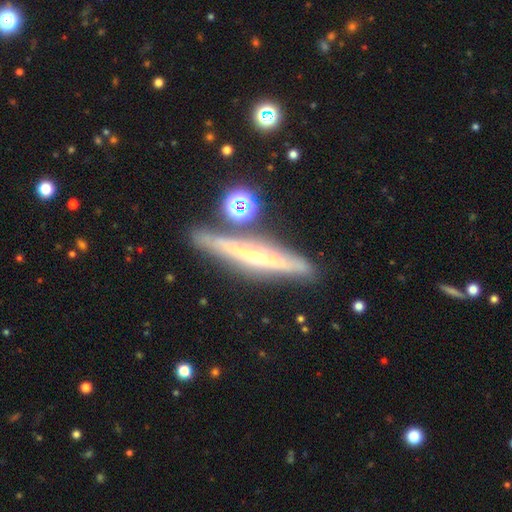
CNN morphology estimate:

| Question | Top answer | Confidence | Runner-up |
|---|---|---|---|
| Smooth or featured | featured or disk | 68% | smooth (22%) |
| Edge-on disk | yes | 90% | no (10%) |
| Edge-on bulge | rounded | 48% | none (41%) |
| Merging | none | 77% | minor disturbance (13%) |